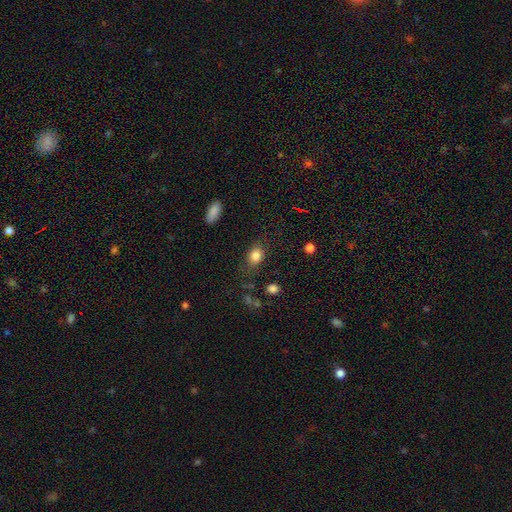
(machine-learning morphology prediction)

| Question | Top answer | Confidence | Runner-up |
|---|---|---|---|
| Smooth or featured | smooth | 83% | star or artifact (9%) |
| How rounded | in between | 70% | round (28%) |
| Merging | none | 75% | minor disturbance (16%) |